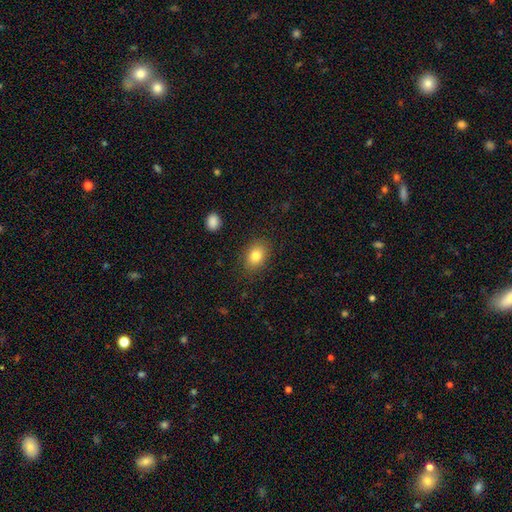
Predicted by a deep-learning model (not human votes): This is clearly a smooth galaxy (81%). How rounded: likely in between (75%). Merging: clearly none (85%).